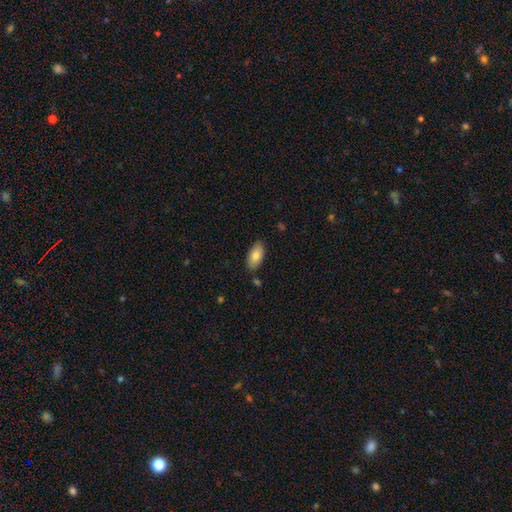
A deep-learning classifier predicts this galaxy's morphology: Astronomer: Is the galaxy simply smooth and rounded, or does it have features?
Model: smooth — 80%.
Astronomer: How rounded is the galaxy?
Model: in between — 92%.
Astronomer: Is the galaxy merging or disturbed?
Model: none — 84%.